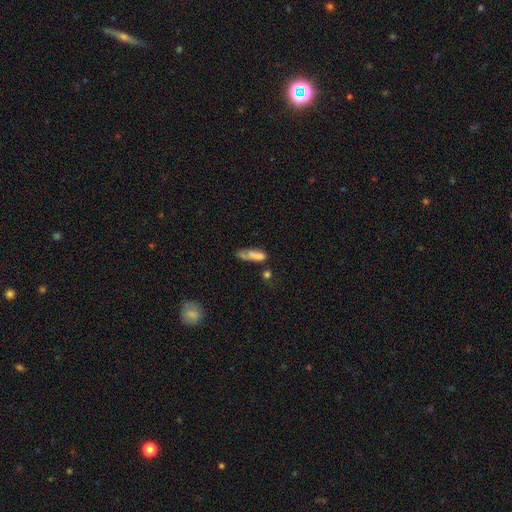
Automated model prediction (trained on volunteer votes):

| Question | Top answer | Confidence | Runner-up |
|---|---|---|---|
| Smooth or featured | smooth | 70% | featured or disk (19%) |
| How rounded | cigar-shaped | 52% | in between (45%) |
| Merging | none | 32% | minor disturbance (25%) |